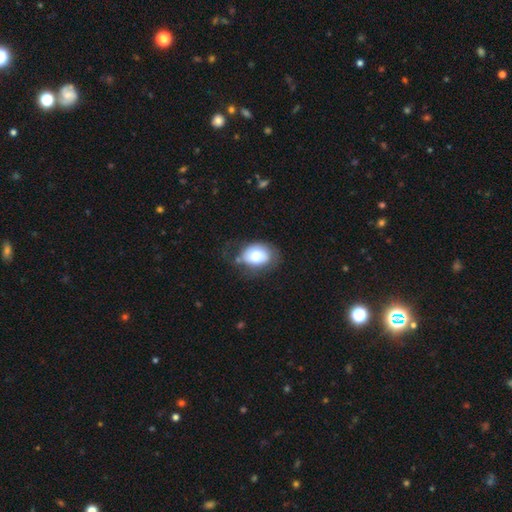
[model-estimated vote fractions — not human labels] smooth_or_featured: smooth (p=0.69) [alt: featured or disk p=0.23]
how_rounded: in between (p=0.71) [alt: round p=0.28]
merging: none (p=0.52) [alt: minor disturbance p=0.28]